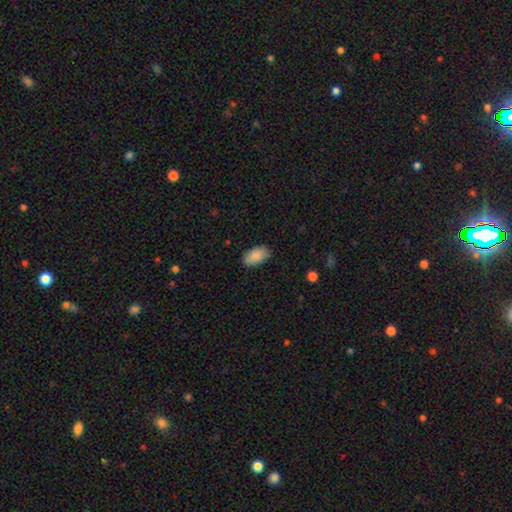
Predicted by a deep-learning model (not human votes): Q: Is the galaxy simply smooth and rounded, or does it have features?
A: smooth — 89%.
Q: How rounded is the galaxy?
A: in between — 93%.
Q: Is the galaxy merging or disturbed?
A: none — 84%.